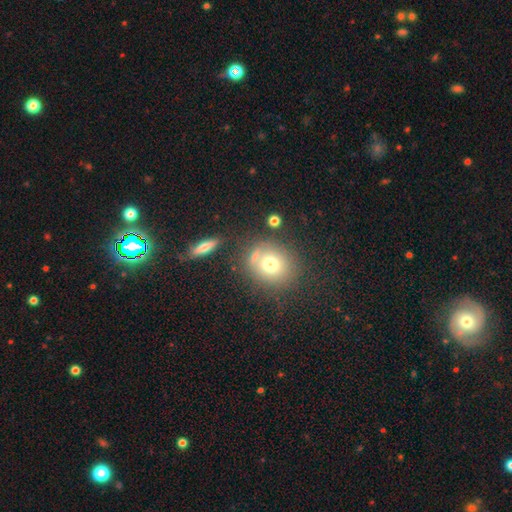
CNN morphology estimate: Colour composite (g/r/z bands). It shows a smooth galaxy with no disk features (66%) that is round (79%). Merging: none (66%).